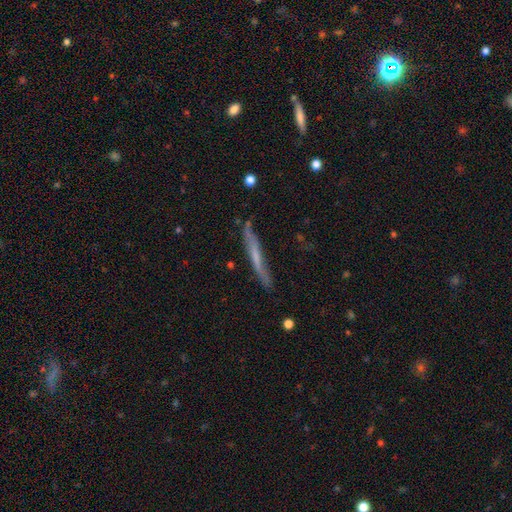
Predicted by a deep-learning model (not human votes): Smooth or featured? Predicted: featured or disk (p=0.53). Edge-on disk? Predicted: yes (p=0.88). Merging? Predicted: none (p=0.77).